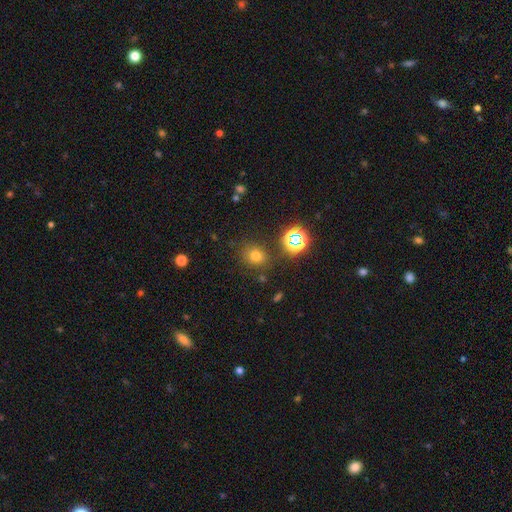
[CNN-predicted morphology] This appears to be a smooth galaxy with no disk features (69%) that is round (75%). Merging: none (80%).